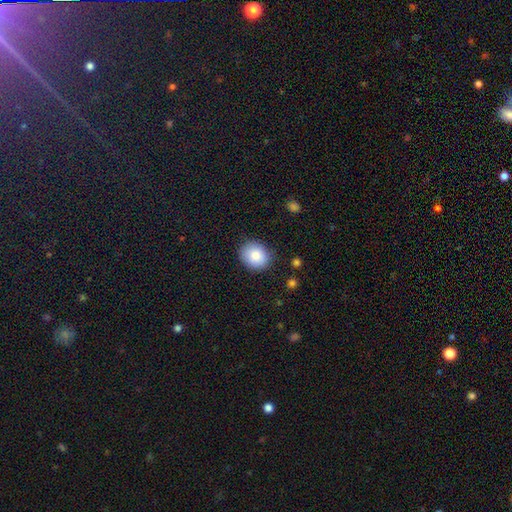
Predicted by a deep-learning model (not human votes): Q: Smooth or featured?
A: smooth (85%); runner-up: star or artifact (8%)
Q: How rounded?
A: round (57%); runner-up: in between (42%)
Q: Merging?
A: none (84%); runner-up: minor disturbance (12%)